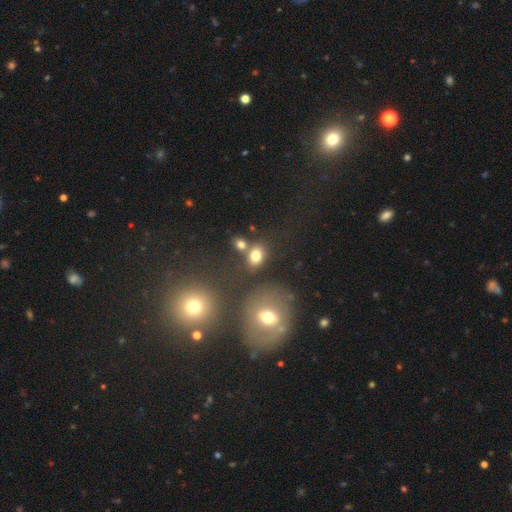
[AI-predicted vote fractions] smooth 77%, star or artifact 14%, featured or disk 9%. Down the decision tree: how rounded — in between (67%); merging — none (62%).